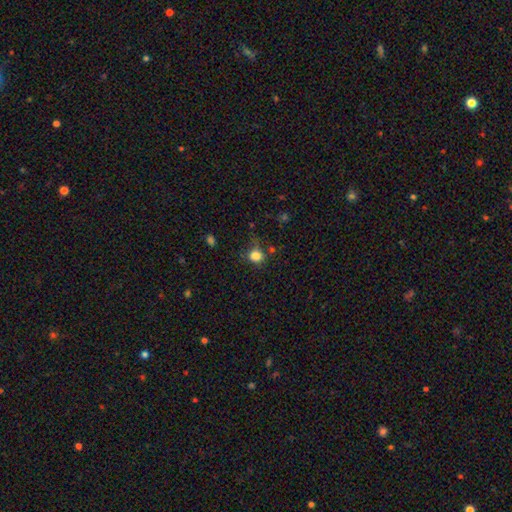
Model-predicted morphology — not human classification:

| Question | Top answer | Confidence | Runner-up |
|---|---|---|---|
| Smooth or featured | smooth | 82% | star or artifact (12%) |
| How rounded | round | 69% | in between (30%) |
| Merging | none | 60% | minor disturbance (24%) |